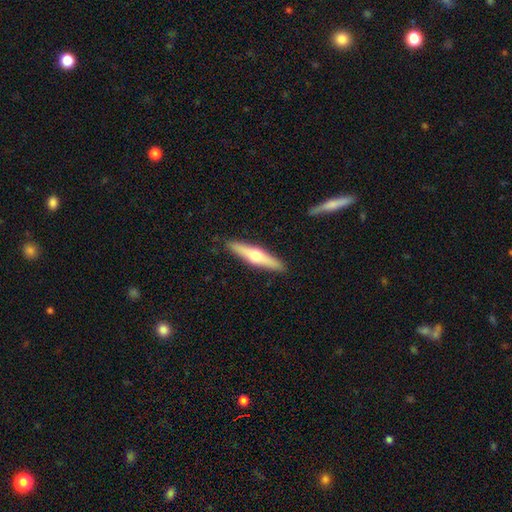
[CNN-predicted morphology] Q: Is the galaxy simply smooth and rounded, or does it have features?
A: featured or disk — 57%.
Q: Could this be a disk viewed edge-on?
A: yes — 95%.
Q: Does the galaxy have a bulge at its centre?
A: rounded — 94%.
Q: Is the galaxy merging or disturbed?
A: none — 90%.